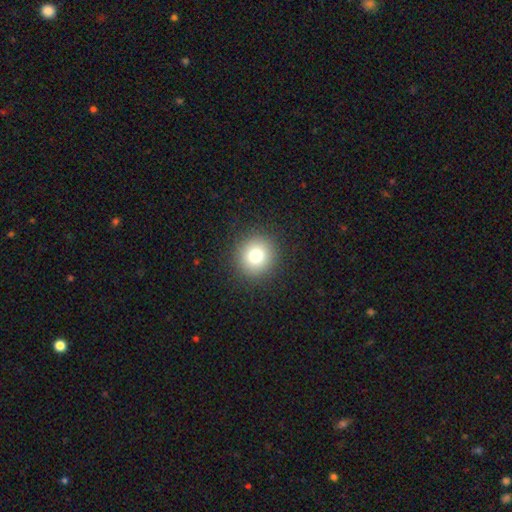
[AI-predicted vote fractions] smooth_or_featured: smooth (p=0.76) [alt: star or artifact p=0.13]
how_rounded: round (p=0.92) [alt: in between p=0.07]
merging: none (p=0.91) [alt: minor disturbance p=0.06]